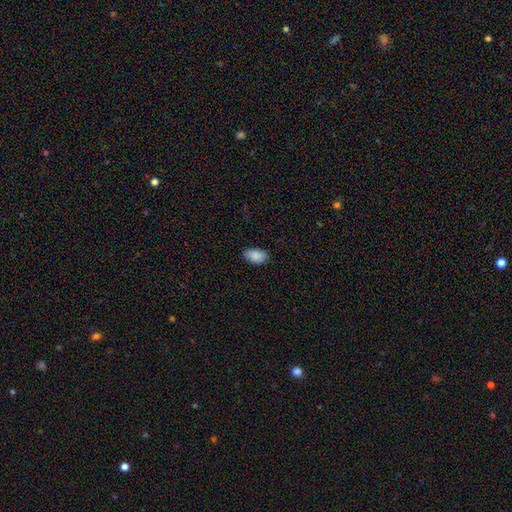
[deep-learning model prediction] Smooth or featured?
  - smooth: 89% *
  - star or artifact: 7%
  - featured or disk: 4%
How rounded?
  - in between: 93% *
  - round: 6%
  - cigar-shaped: 2%
Merging?
  - none: 84% *
  - minor disturbance: 13%
  - major disturbance: 2%
  - merger: 1%